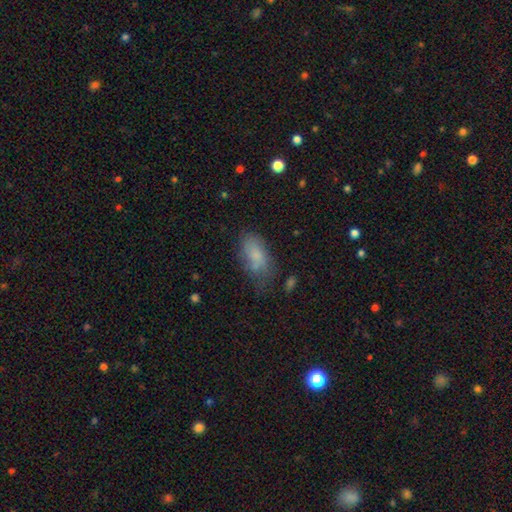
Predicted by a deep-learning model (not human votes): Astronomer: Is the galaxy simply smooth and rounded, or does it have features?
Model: smooth — 78%.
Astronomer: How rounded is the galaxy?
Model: in between — 89%.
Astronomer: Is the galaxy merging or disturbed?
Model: none — 55%.